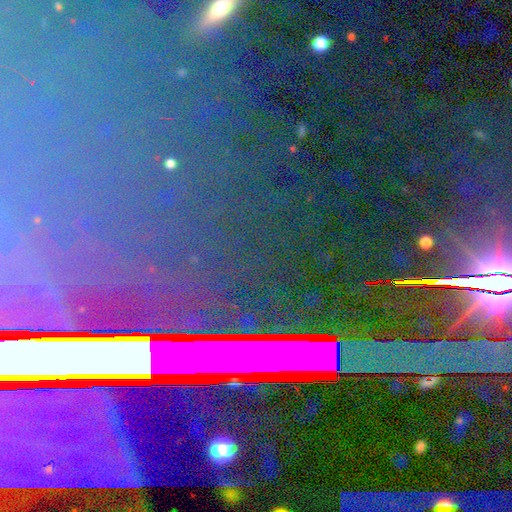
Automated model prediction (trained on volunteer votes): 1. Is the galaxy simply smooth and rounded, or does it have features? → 78% star or artifact, 11% smooth, 11% featured or disk.